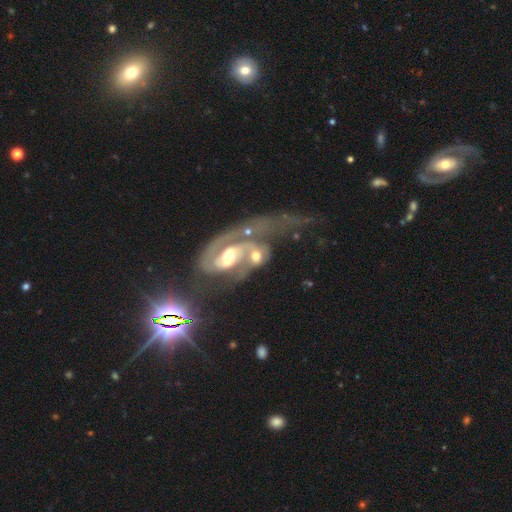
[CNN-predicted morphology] Smooth or featured?
  - featured or disk: 85% *
  - smooth: 7%
  - star or artifact: 7%
Edge-on disk?
  - no: 96% *
  - yes: 4%
Bar?
  - weak: 41% *
  - no: 34%
  - strong: 25%
Spiral arms?
  - yes: 93% *
  - no: 7%
Spiral winding?
  - medium: 44% *
  - tight: 32%
  - loose: 23%
Spiral arm count?
  - 2: 64% *
  - 1: 21%
  - can't tell: 9%
  - 3: 3%
  - 4: 2%
  - more than 4: 2%
Bulge size?
  - moderate: 66% *
  - small: 17%
  - large: 13%
  - none: 2%
  - dominant: 2%
Merging?
  - merger: 44% *
  - major disturbance: 28%
  - none: 17%
  - minor disturbance: 10%